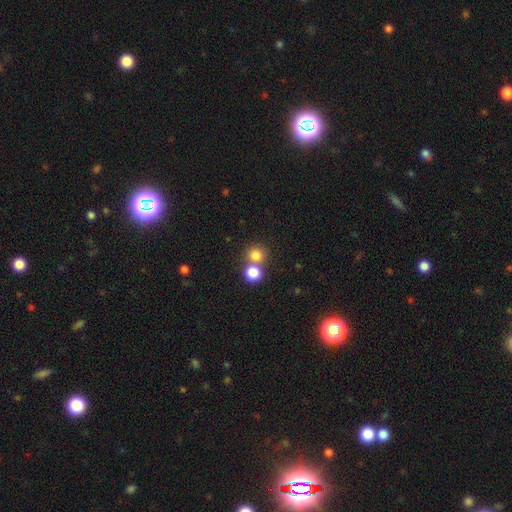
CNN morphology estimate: This is likely a smooth galaxy (79%). How rounded: clearly round (88%). Merging: possibly none (55%).